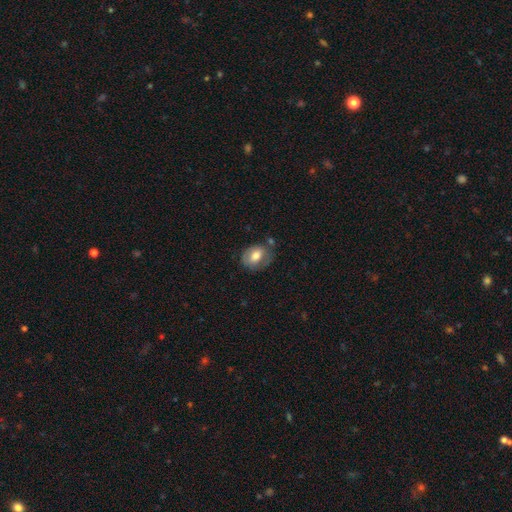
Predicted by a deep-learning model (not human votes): Q: Smooth or featured?
A: smooth (64%); runner-up: featured or disk (29%)
Q: How rounded?
A: in between (65%); runner-up: round (34%)
Q: Merging?
A: none (61%); runner-up: minor disturbance (23%)